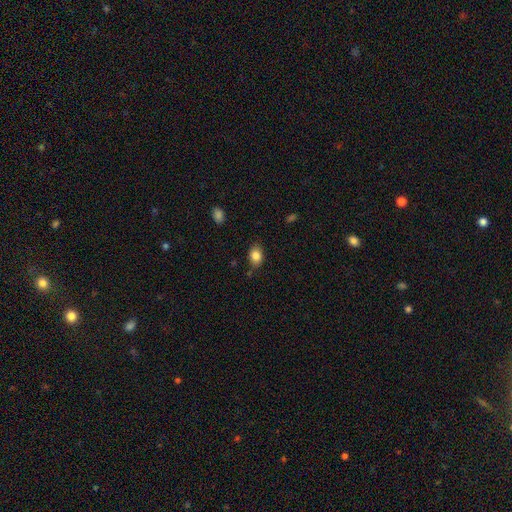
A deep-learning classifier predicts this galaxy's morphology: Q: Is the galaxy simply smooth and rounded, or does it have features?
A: smooth — 85%.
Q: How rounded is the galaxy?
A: in between — 72%.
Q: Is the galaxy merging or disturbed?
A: none — 76%.